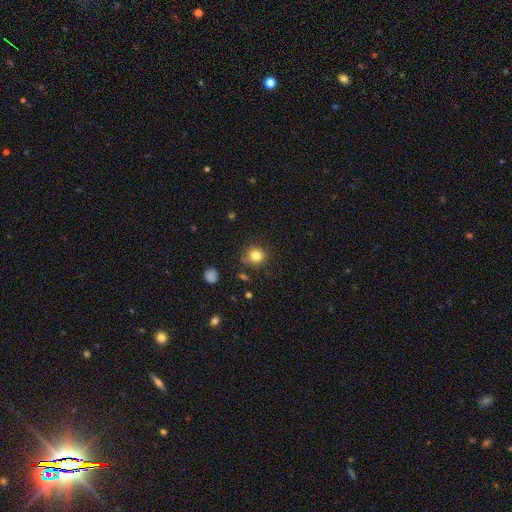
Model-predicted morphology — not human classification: smooth 82%, star or artifact 12%, featured or disk 6%. Down the decision tree: how rounded — round (90%); merging — none (83%).